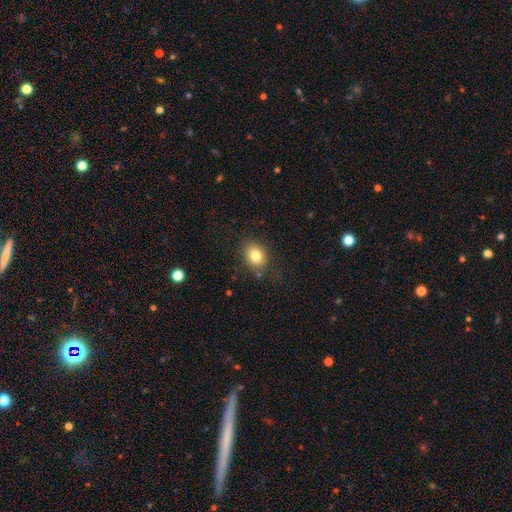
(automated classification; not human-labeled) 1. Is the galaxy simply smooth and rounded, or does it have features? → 80% smooth, 11% star or artifact, 9% featured or disk.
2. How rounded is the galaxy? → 51% round, 48% in between, 1% cigar-shaped.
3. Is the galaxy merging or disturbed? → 81% none, 13% minor disturbance, 4% major disturbance, 2% merger.